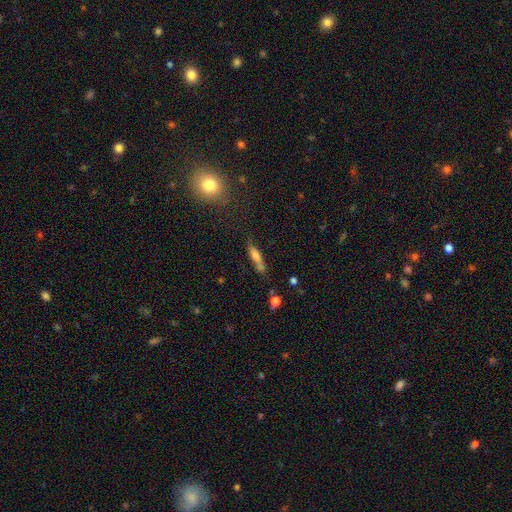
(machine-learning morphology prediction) This appears to be a smooth galaxy with no disk features (57%) that is cigar-shaped (70%). Merging: none (59%).